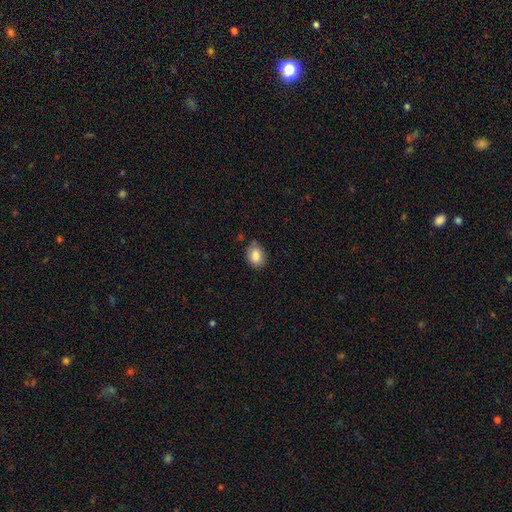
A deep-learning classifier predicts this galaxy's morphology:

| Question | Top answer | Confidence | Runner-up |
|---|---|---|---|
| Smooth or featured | smooth | 83% | featured or disk (9%) |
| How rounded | in between | 68% | round (31%) |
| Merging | none | 77% | minor disturbance (18%) |